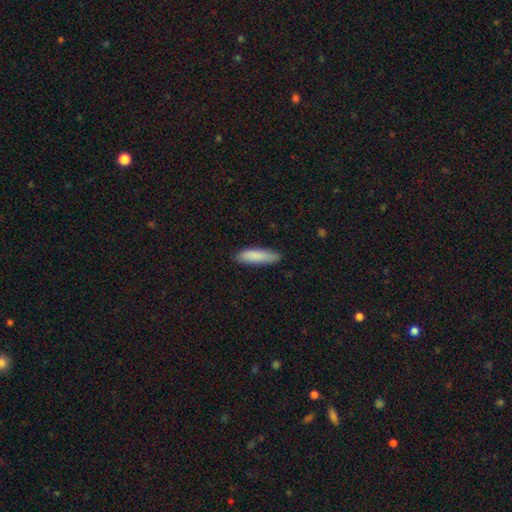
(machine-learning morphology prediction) Smooth or featured? Predicted: smooth (p=0.86). How rounded? Predicted: cigar-shaped (p=0.67). Merging? Predicted: none (p=0.83).